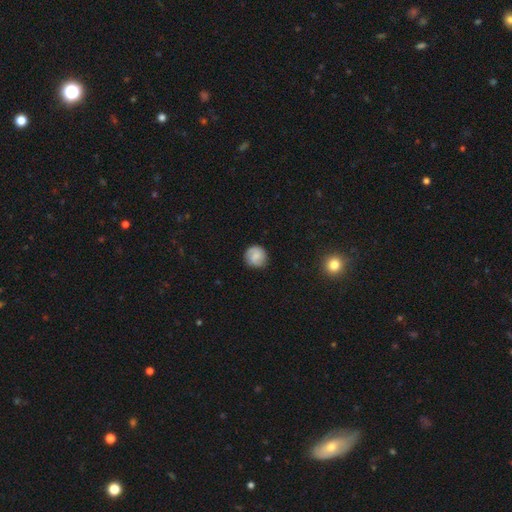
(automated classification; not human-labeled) Smooth or featured? smooth (59%)
How rounded? round (91%)
Merging? none (83%)